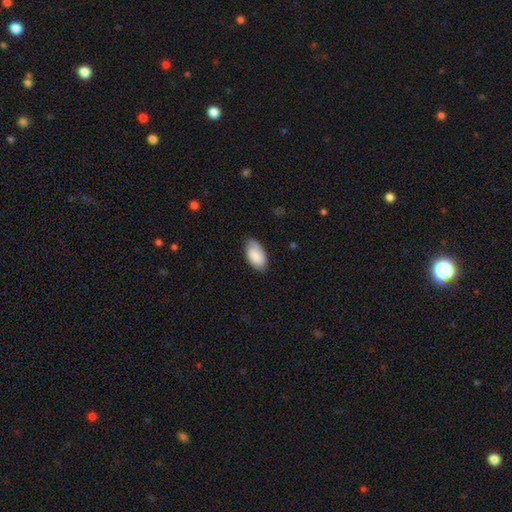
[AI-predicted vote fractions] smooth-or-featured: smooth: 75% | featured or disk: 19% | star or artifact: 6%
  how-rounded: in between: 95% | round: 3% | cigar-shaped: 2%
  merging: none: 75% | minor disturbance: 20% | major disturbance: 4% | merger: 1%